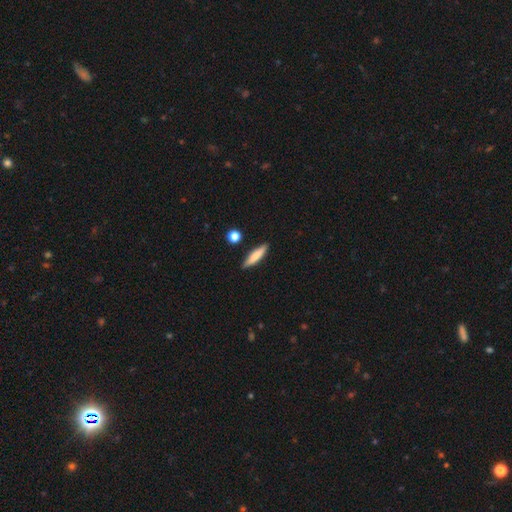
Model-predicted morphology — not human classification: smooth 74%, featured or disk 20%, star or artifact 6%. Down the decision tree: how rounded — cigar-shaped (81%); merging — none (86%).